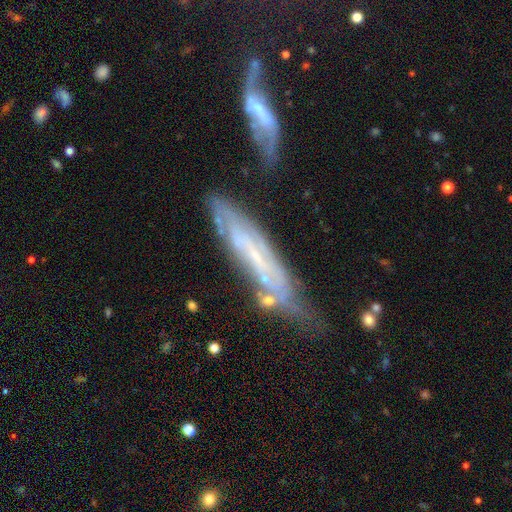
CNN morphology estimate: Overall: featured or disk (69%). Edge-on disk: no (59%; yes 41%). Merging: none (54%; minor disturbance 24%).